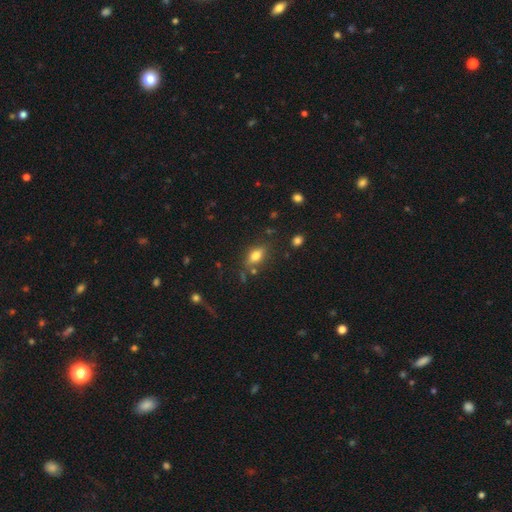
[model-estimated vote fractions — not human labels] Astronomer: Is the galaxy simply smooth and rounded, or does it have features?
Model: smooth — 77%.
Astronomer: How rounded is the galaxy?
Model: in between — 83%.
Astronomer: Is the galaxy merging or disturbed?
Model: none — 73%.